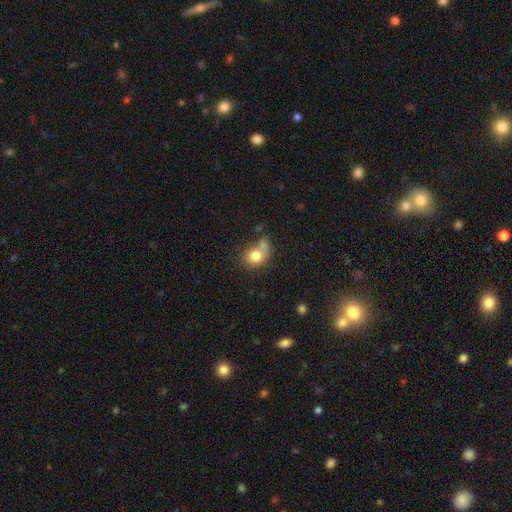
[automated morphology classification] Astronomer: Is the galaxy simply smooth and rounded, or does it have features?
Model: smooth — 77%.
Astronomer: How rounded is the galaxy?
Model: round — 58% (runner-up: in between, 41%).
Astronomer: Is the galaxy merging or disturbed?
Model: none — 39% (runner-up: merger, 29%).